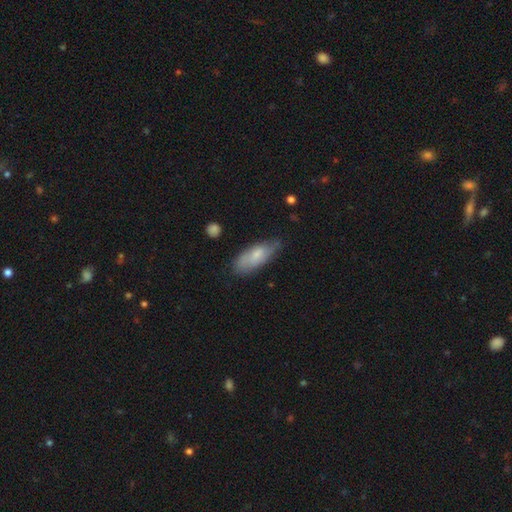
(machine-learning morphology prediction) smooth-or-featured: smooth: 69% | featured or disk: 25% | star or artifact: 6%
  how-rounded: in between: 73% | cigar-shaped: 24% | round: 2%
  merging: none: 66% | minor disturbance: 26% | major disturbance: 6% | merger: 2%